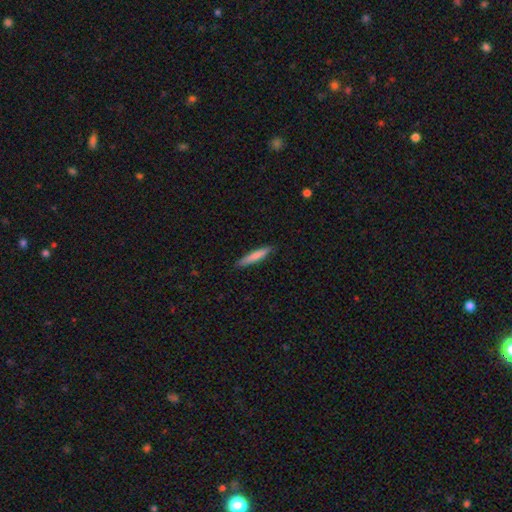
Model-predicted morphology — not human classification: Smooth or featured?
  - smooth: 78% *
  - featured or disk: 16%
  - star or artifact: 5%
How rounded?
  - cigar-shaped: 91% *
  - in between: 8%
  - round: 1%
Merging?
  - none: 86% *
  - minor disturbance: 11%
  - major disturbance: 2%
  - merger: 1%